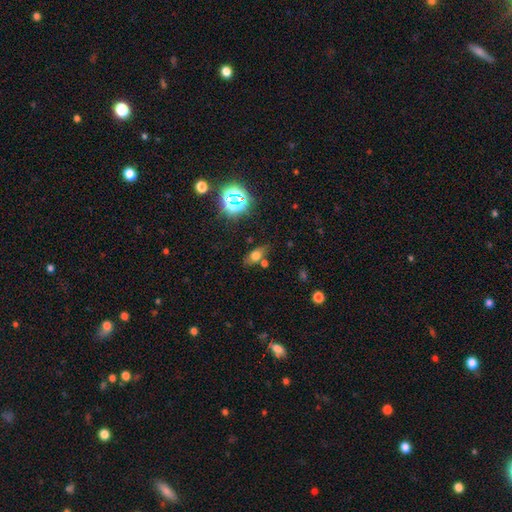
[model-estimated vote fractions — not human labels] Smooth or featured?
  - smooth: 62% *
  - star or artifact: 20%
  - featured or disk: 18%
How rounded?
  - in between: 74% *
  - round: 14%
  - cigar-shaped: 11%
Merging?
  - none: 66% *
  - minor disturbance: 16%
  - merger: 13%
  - major disturbance: 5%